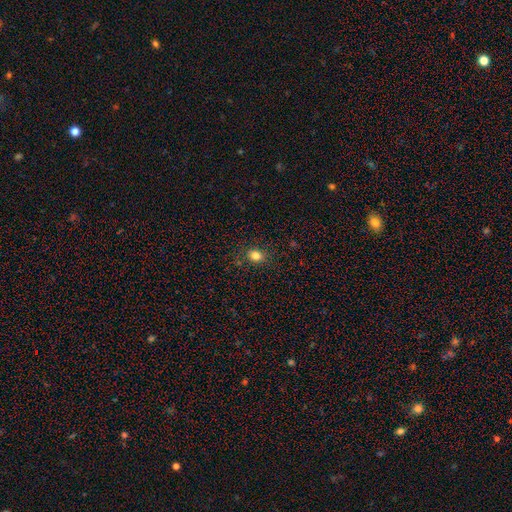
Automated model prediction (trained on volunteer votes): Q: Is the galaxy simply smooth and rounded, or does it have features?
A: smooth — 81%.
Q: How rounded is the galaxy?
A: round — 58%.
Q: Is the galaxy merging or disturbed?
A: none — 85%.